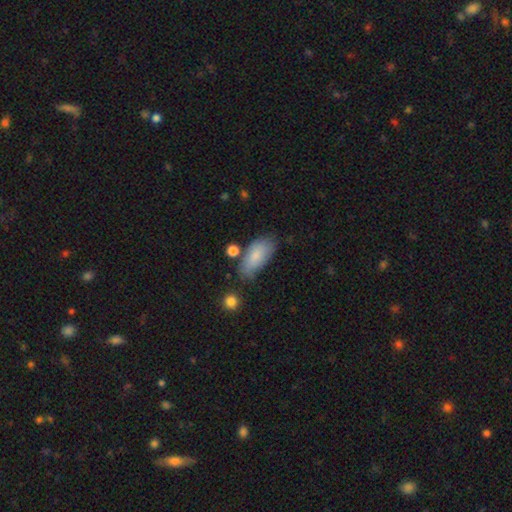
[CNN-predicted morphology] This is likely a smooth galaxy (80%). How rounded: clearly in between (88%). Merging: likely none (63%).